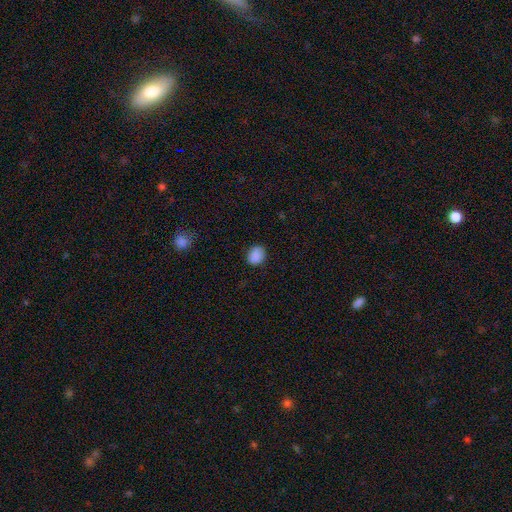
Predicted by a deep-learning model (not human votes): Smooth or featured? Predicted: smooth (p=0.87). How rounded? Predicted: round (p=0.54). Merging? Predicted: none (p=0.83).